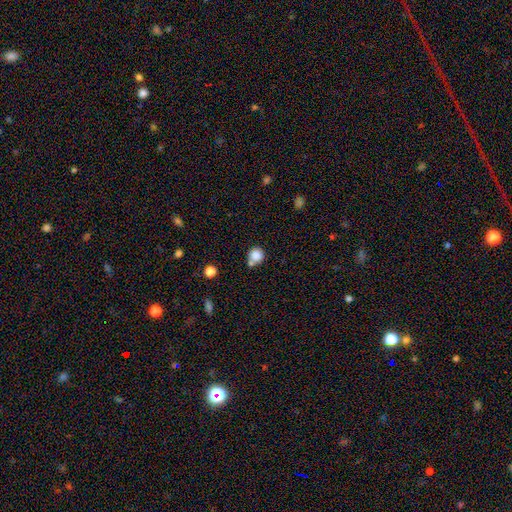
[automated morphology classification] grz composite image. It shows a smooth galaxy with no disk features (84%) that is round (91%). Merging: none (60%).